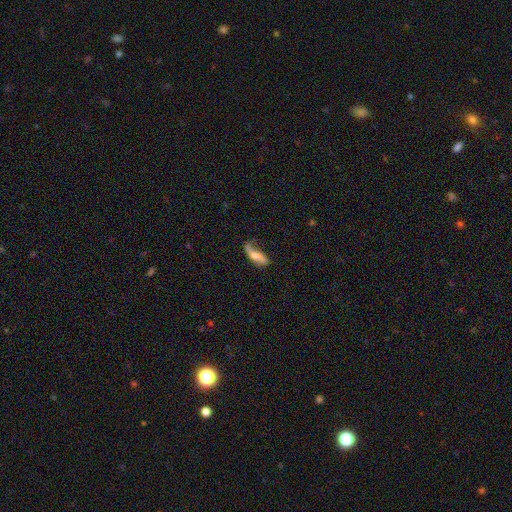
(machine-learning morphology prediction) A featured or disk galaxy (53%). Merging: none (45%).